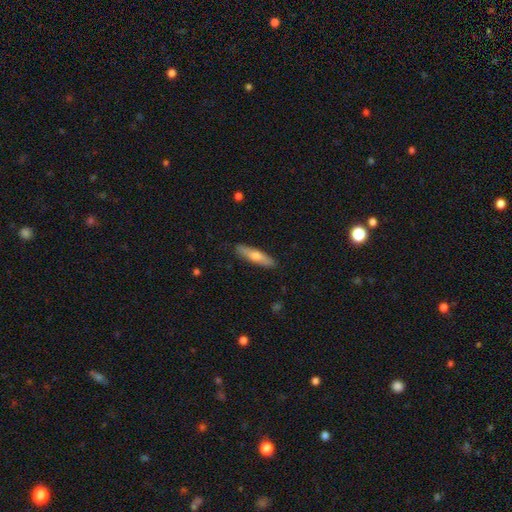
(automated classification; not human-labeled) The model was most divided on "smooth or featured": smooth: 61%, featured or disk: 33%, star or artifact: 5%. More confident: merging — none (88%); how rounded — cigar-shaped (77%).